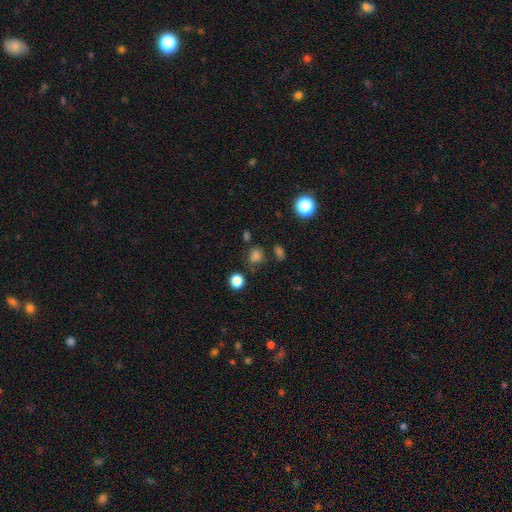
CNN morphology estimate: The model was most divided on "merging": none: 69%, minor disturbance: 16%, merger: 8%, major disturbance: 7%. More confident: how rounded — round (76%); smooth or featured — smooth (74%).